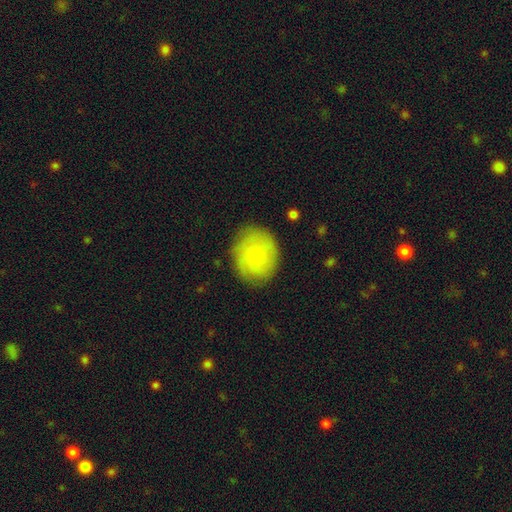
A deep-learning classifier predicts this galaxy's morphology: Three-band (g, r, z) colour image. It shows a smooth galaxy with no disk features (64%) that is round (68%). Merging: none (79%).